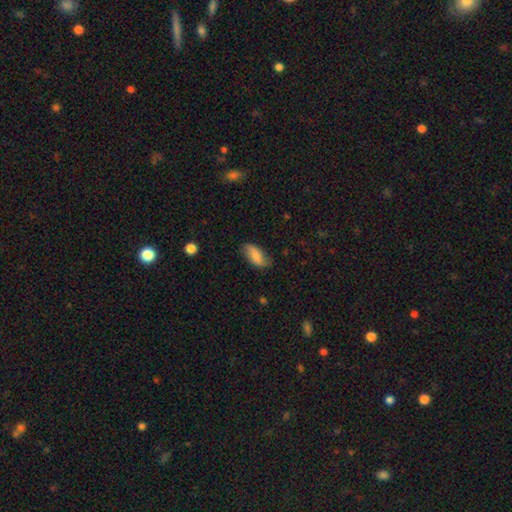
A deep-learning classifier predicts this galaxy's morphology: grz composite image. It shows a smooth galaxy with no disk features (77%) that is in between round and cigar-shaped (89%). Merging: none (74%).